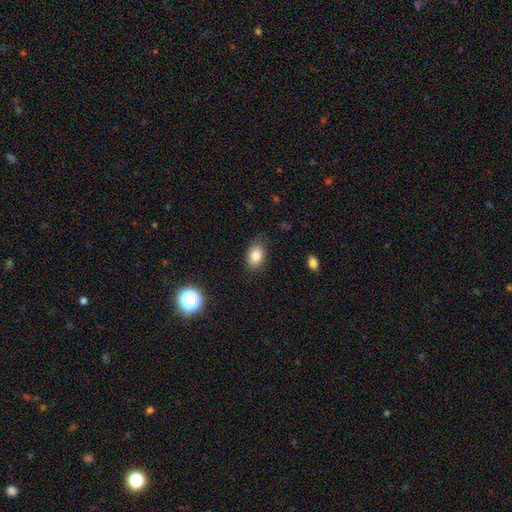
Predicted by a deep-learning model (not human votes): Smooth or featured? smooth (83%)
How rounded? in between (84%)
Merging? none (83%)